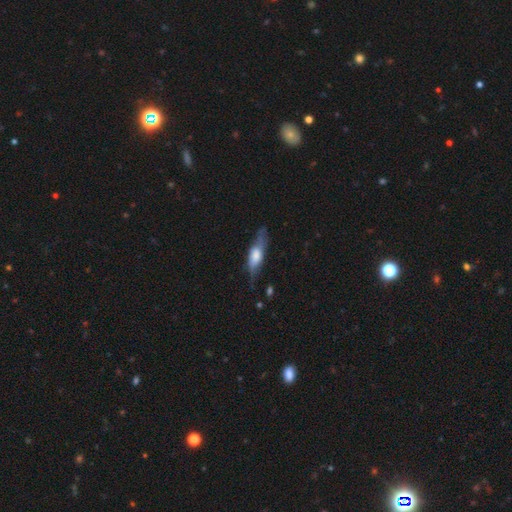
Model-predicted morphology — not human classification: smooth_or_featured: smooth (p=0.48) [alt: featured or disk p=0.46]
merging: none (p=0.55) [alt: minor disturbance p=0.29]